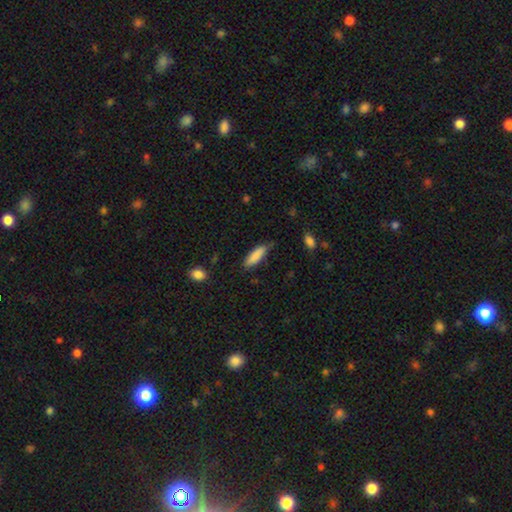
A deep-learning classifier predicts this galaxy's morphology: Smooth or featured? smooth (86%)
How rounded? cigar-shaped (52%)
Merging? none (75%)